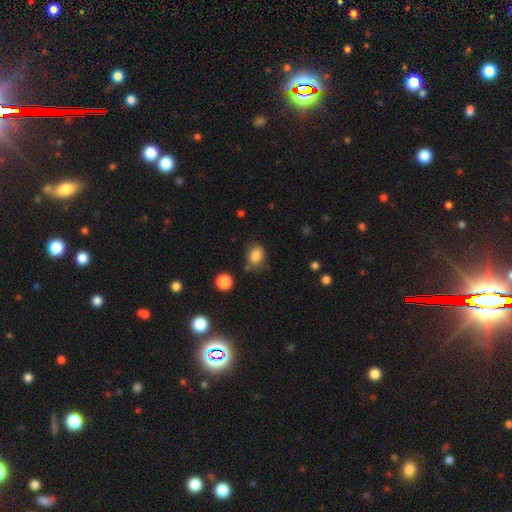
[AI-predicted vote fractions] A smooth galaxy with no disk features (84%) that is in between round and cigar-shaped (65%). Merging: none (73%).